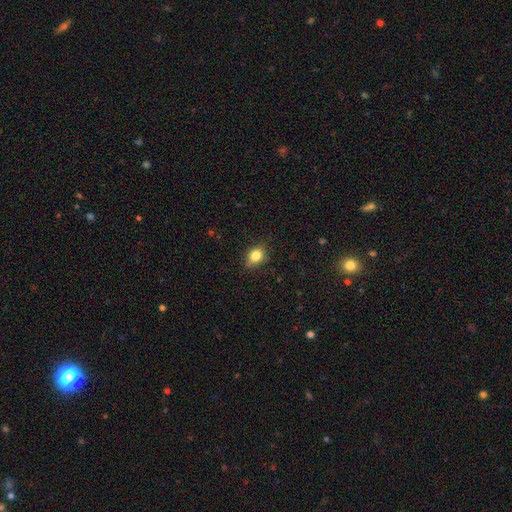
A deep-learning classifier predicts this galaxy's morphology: A smooth galaxy with no disk features (77%) that is in between round and cigar-shaped (56%).

Vote fractions:
- Smooth or featured? smooth: 77% / featured or disk: 13% / star or artifact: 10%
- How rounded? in between: 56% / round: 41% / cigar-shaped: 3%
- Merging? none: 74% / minor disturbance: 21% / major disturbance: 4% / merger: 1%